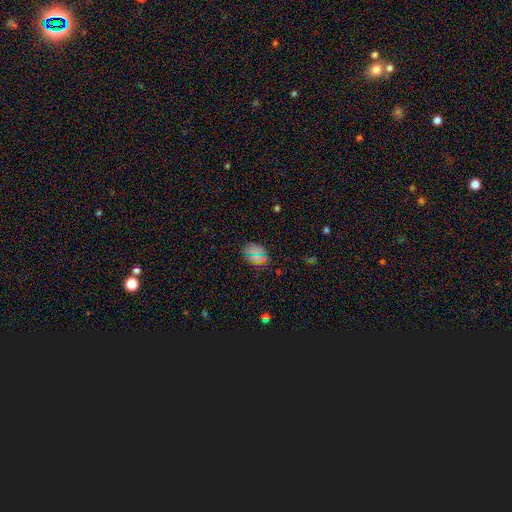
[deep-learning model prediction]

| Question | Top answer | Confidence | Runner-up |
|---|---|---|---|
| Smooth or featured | smooth | 65% | star or artifact (28%) |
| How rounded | in between | 68% | round (29%) |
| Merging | none | 83% | minor disturbance (11%) |